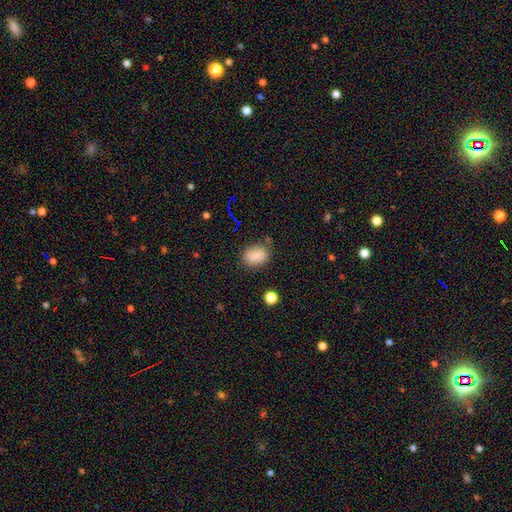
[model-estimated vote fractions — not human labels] This appears to be a smooth galaxy with no disk features (85%) that is in between round and cigar-shaped (79%). Merging: none (78%).